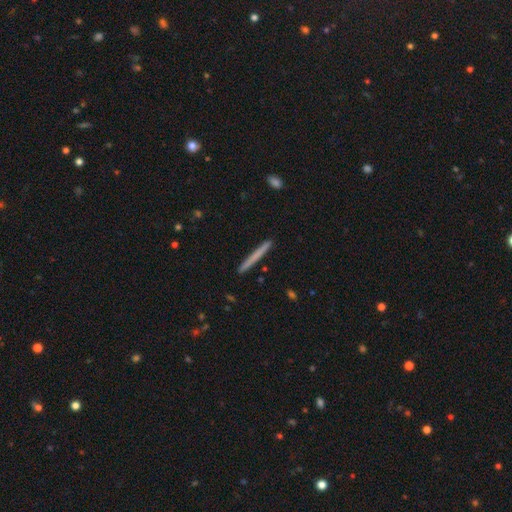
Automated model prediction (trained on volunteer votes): Overall: smooth (65%; featured or disk 30%). How rounded: cigar-shaped (97%). Merging: none (92%).